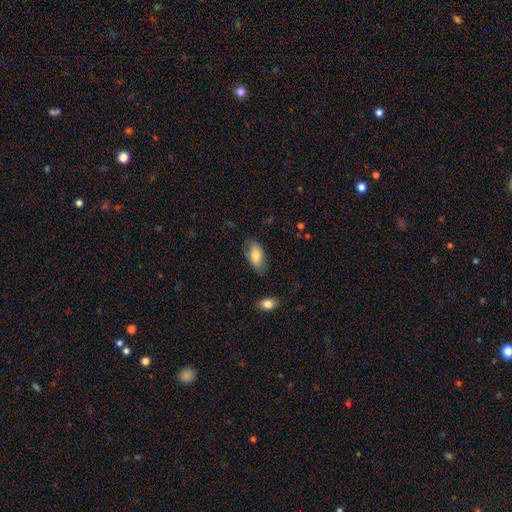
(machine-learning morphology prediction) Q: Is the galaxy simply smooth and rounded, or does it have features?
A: smooth — 78%.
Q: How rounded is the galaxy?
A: in between — 91%.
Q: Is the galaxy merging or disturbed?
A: none — 64%.